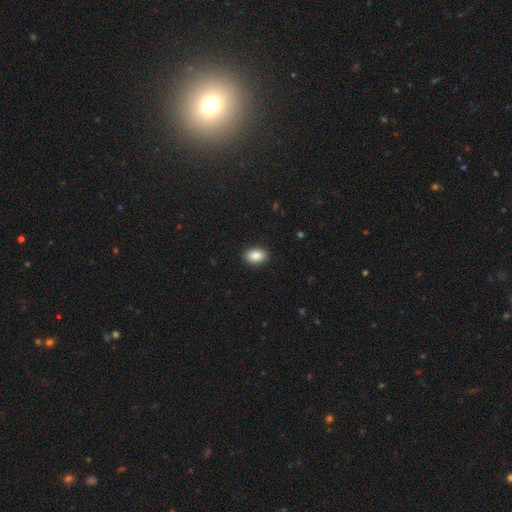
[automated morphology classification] Overall: smooth (88%). How rounded: in between (86%). Merging: none (91%).